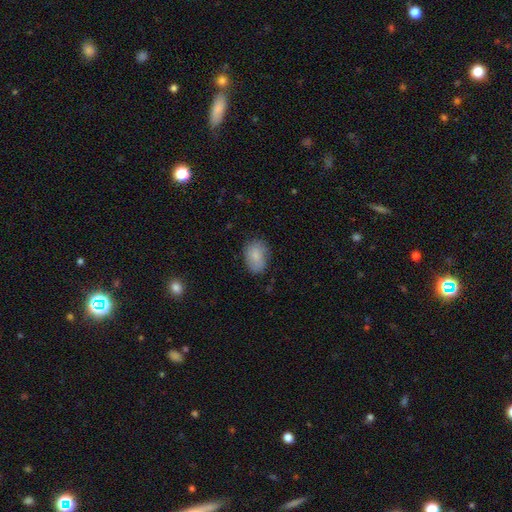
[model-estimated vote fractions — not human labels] The model was most divided on "merging": none: 73%, minor disturbance: 21%, major disturbance: 5%, merger: 1%. More confident: smooth or featured — smooth (83%); how rounded — in between (81%).